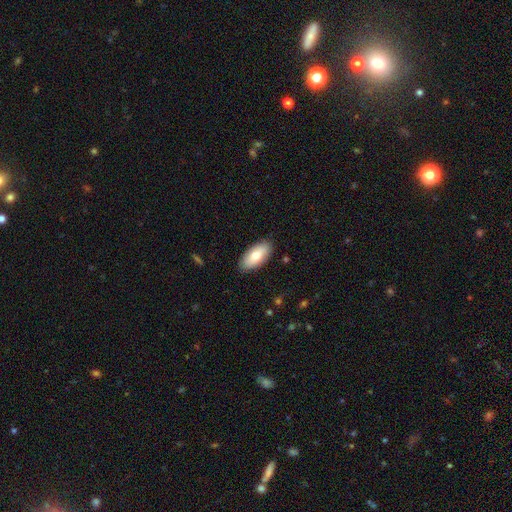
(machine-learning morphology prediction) A smooth galaxy with no disk features (76%) that is in between round and cigar-shaped (92%). Merging: none (88%).